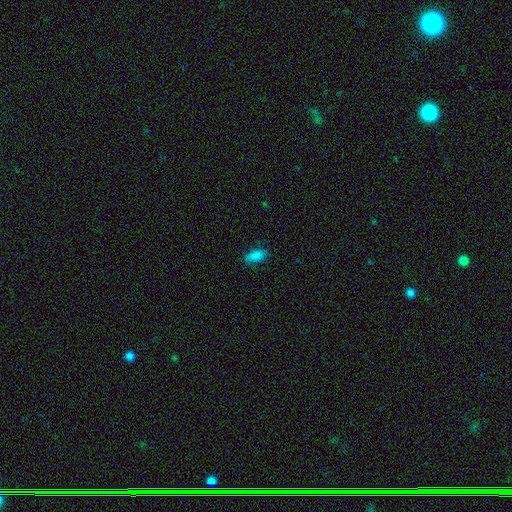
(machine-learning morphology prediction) Smooth or featured: smooth — 86% (star or artifact — 9%)
How rounded: in between — 89% (cigar-shaped — 8%)
Merging: none — 81% (minor disturbance — 15%)